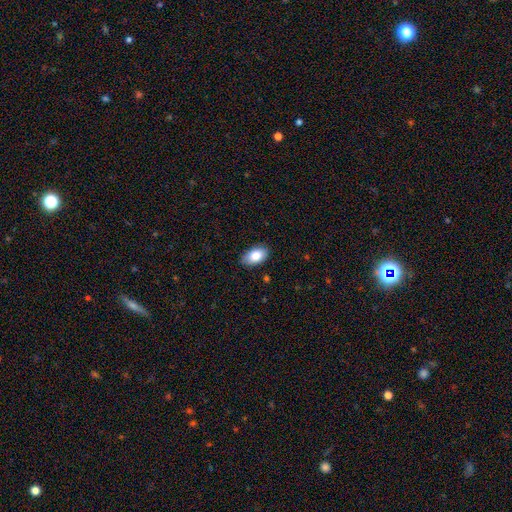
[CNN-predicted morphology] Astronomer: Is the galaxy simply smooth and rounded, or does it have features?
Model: smooth — 84%.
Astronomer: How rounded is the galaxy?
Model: in between — 93%.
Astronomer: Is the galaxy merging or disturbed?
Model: none — 85%.